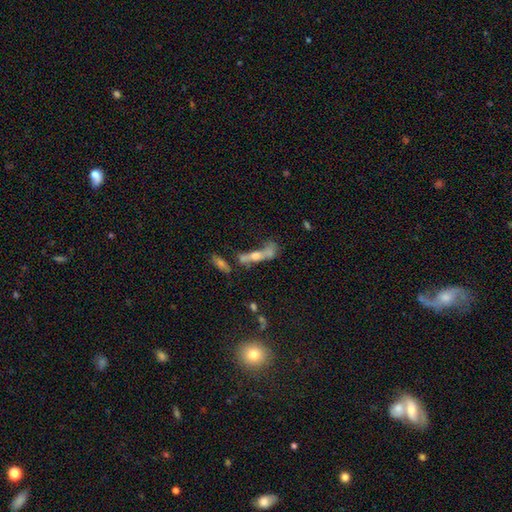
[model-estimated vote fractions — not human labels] Q: Smooth or featured?
A: featured or disk (42%); runner-up: smooth (38%)
Q: Merging?
A: merger (48%); runner-up: none (23%)